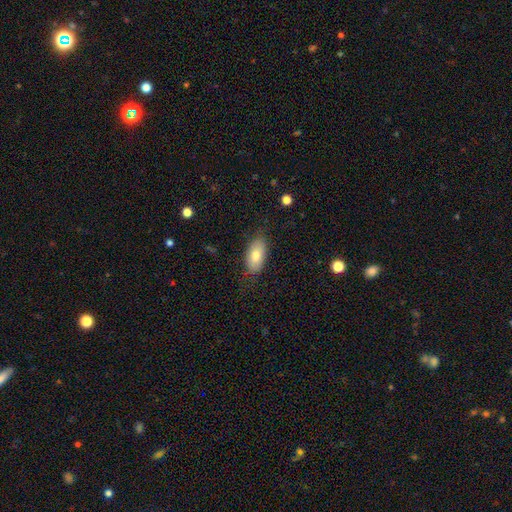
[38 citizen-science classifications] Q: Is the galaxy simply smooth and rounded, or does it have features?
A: smooth — 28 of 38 (74%).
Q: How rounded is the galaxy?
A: in between — 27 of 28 (96%).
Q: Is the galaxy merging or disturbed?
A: none — 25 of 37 (68%).